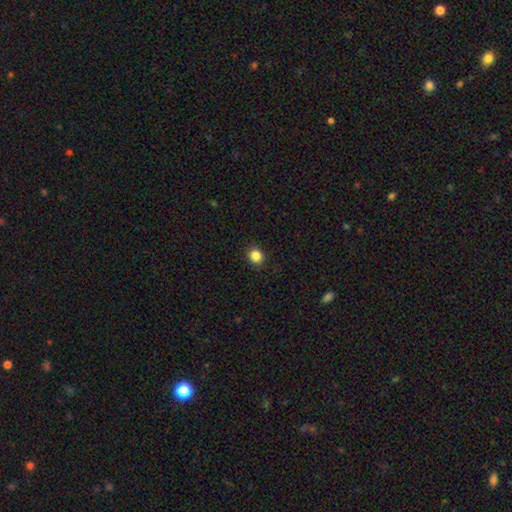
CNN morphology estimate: Smooth or featured? smooth (85%)
How rounded? round (77%)
Merging? none (91%)